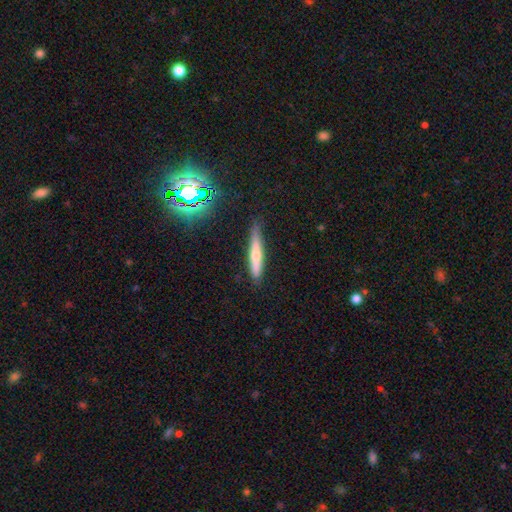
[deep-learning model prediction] Smooth or featured: smooth — 46% (featured or disk — 41%)
Merging: none — 84% (minor disturbance — 12%)